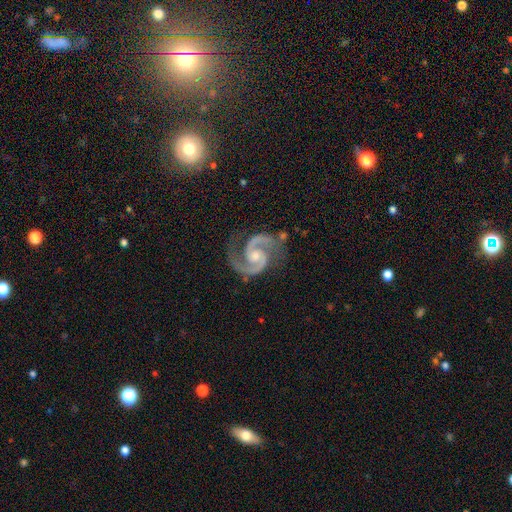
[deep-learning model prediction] Smooth or featured? Predicted: featured or disk (p=0.94). Edge-on disk? Predicted: no (p=0.98). Bar? Predicted: no (p=0.57). Spiral arms? Predicted: yes (p=0.99). Spiral winding? Predicted: medium (p=0.65). Spiral arm count? Predicted: 2 (p=0.94). Bulge size? Predicted: moderate (p=0.50). Merging? Predicted: none (p=0.77).